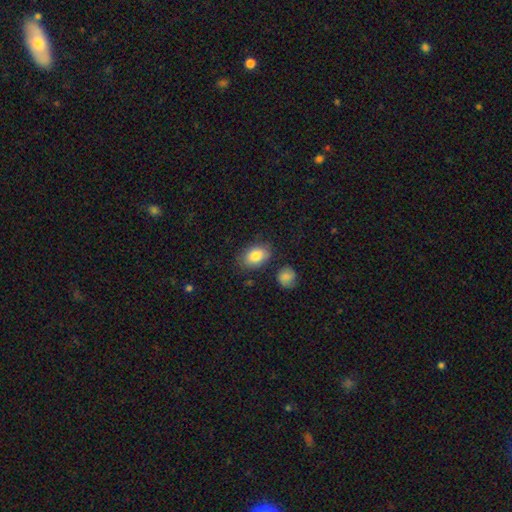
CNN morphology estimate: smooth 83%, featured or disk 9%, star or artifact 7%. Down the decision tree: how rounded — in between (85%); merging — none (78%).